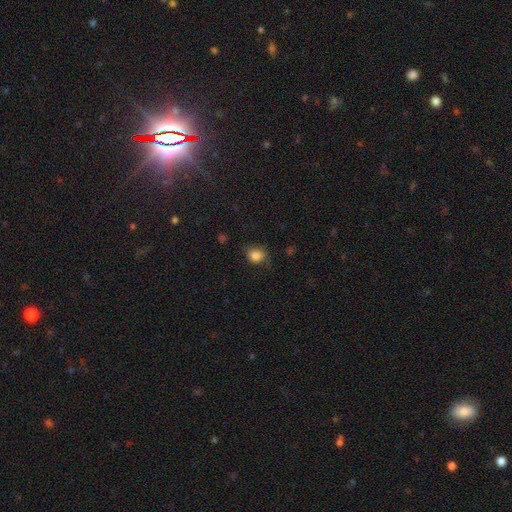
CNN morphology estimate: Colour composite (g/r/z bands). It shows a smooth galaxy with no disk features (85%) that is round (64%). Merging: none (65%).